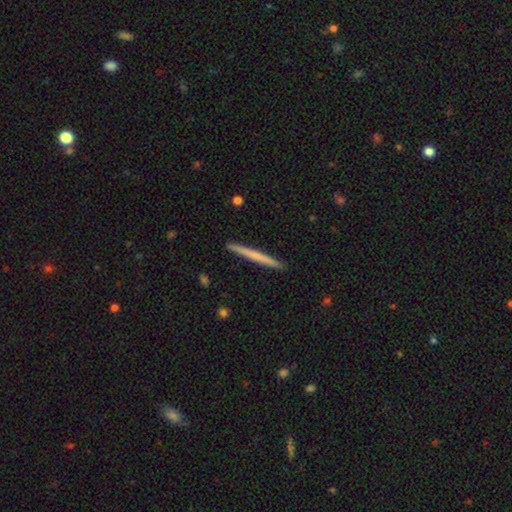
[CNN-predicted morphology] The model was most divided on "smooth or featured": smooth: 56%, featured or disk: 39%, star or artifact: 5%. More confident: how rounded — cigar-shaped (97%); merging — none (93%).